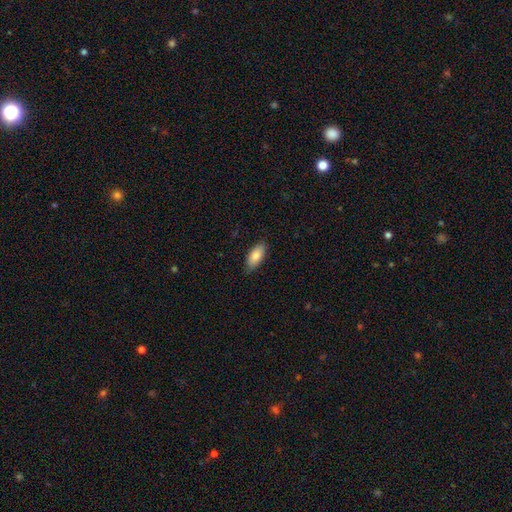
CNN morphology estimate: Smooth or featured?
  - smooth: 81% *
  - featured or disk: 12%
  - star or artifact: 6%
How rounded?
  - in between: 88% *
  - cigar-shaped: 10%
  - round: 2%
Merging?
  - none: 83% *
  - minor disturbance: 14%
  - major disturbance: 2%
  - merger: 1%